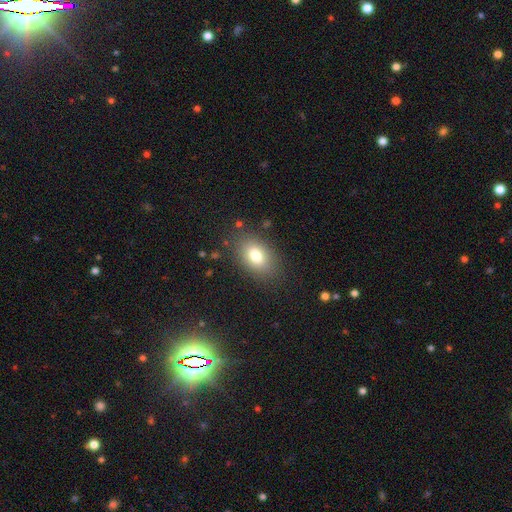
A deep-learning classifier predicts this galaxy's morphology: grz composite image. It shows a smooth galaxy with no disk features (79%) that is in between round and cigar-shaped (86%). Merging: none (83%).